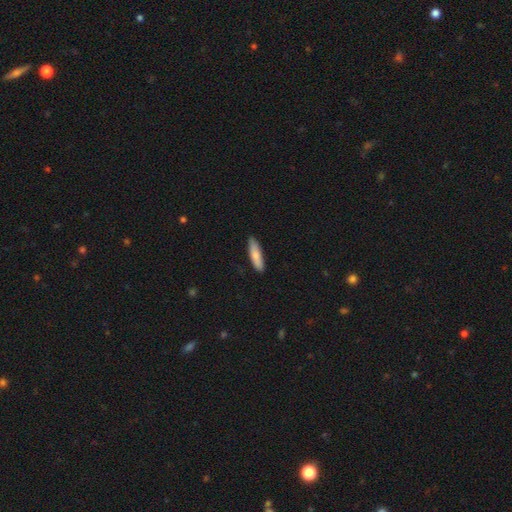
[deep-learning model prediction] smooth-or-featured: smooth: 80% | featured or disk: 14% | star or artifact: 5%
  how-rounded: cigar-shaped: 72% | in between: 27% | round: 2%
  merging: none: 88% | minor disturbance: 9% | major disturbance: 2% | merger: 1%